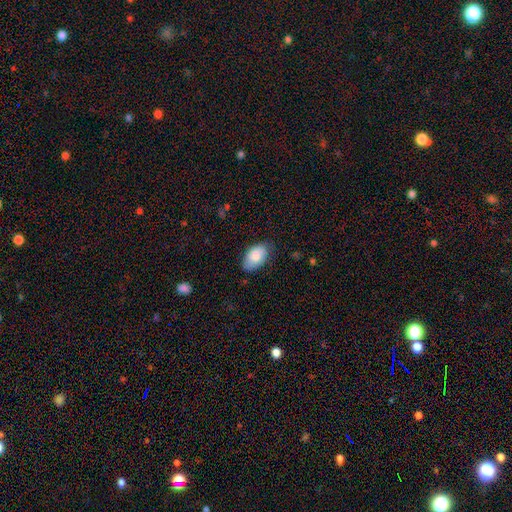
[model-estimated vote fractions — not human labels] smooth 82%, featured or disk 12%, star or artifact 6%. Down the decision tree: how rounded — in between (93%); merging — none (76%).